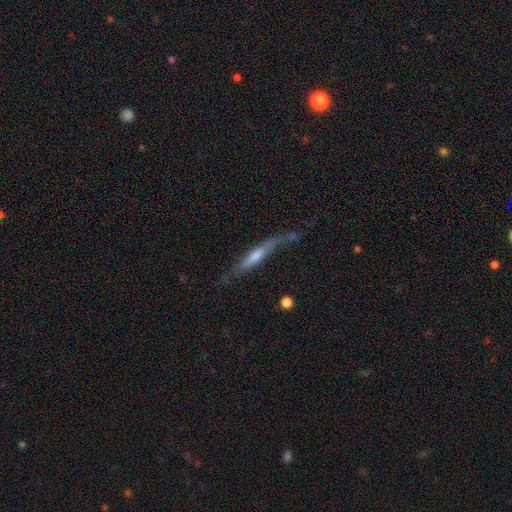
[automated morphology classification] The model was most divided on "merging": none: 61%, minor disturbance: 23%, major disturbance: 11%, merger: 4%. More confident: edge-on disk — yes (86%); smooth or featured — featured or disk (68%); edge-on bulge — rounded (63%).